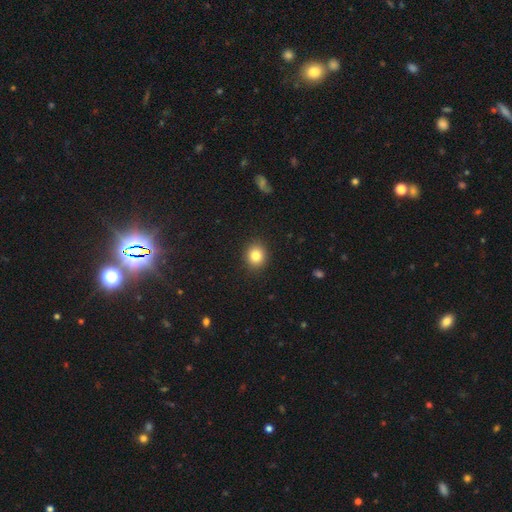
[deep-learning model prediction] Smooth or featured: smooth — 84% (star or artifact — 10%)
How rounded: round — 74% (in between — 25%)
Merging: none — 89% (minor disturbance — 7%)